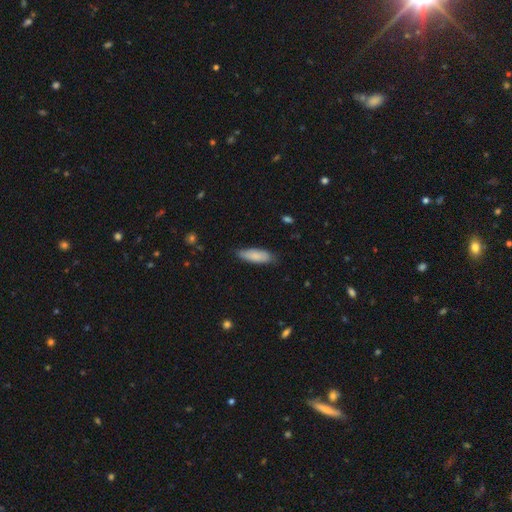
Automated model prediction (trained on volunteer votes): A smooth galaxy with no disk features (85%) that is in between round and cigar-shaped (59%).

Vote fractions:
- Smooth or featured? smooth: 85% / featured or disk: 9% / star or artifact: 6%
- How rounded? in between: 59% / cigar-shaped: 39% / round: 2%
- Merging? none: 78% / minor disturbance: 18% / major disturbance: 3% / merger: 1%